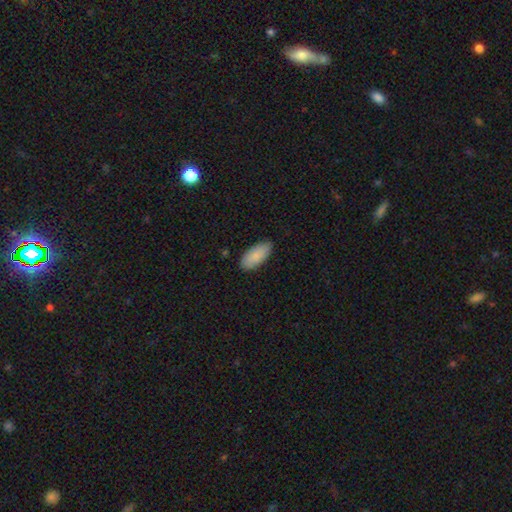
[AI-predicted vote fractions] smooth_or_featured: smooth (p=0.87) [alt: featured or disk p=0.07]
how_rounded: in between (p=0.91) [alt: cigar-shaped p=0.07]
merging: none (p=0.83) [alt: minor disturbance p=0.14]